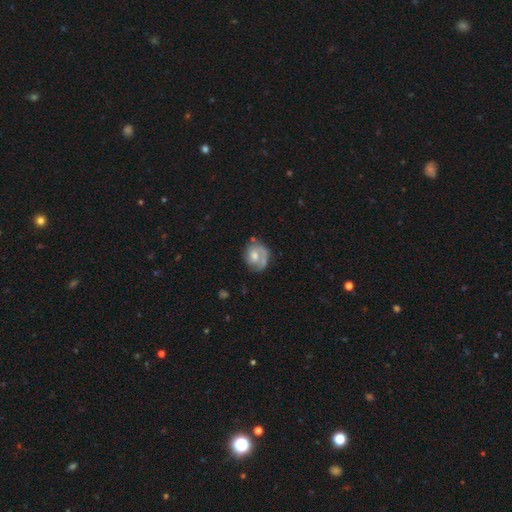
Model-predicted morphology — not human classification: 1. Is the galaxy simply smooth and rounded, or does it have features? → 59% featured or disk, 35% smooth, 7% star or artifact.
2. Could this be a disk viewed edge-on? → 97% no, 3% yes.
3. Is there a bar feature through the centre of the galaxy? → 74% no, 23% weak, 3% strong.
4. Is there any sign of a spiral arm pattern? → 76% yes, 24% no.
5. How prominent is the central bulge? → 56% moderate, 22% small, 14% large, 6% none, 2% dominant.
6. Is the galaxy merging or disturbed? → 57% none, 23% minor disturbance, 16% major disturbance, 4% merger.